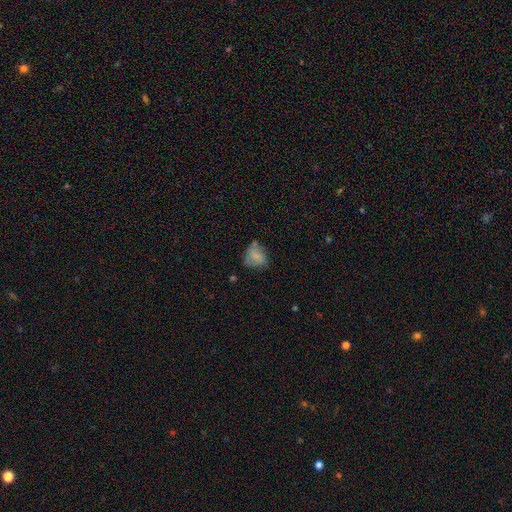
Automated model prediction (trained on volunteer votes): Smooth or featured?
  - smooth: 69% *
  - featured or disk: 21%
  - star or artifact: 10%
How rounded?
  - round: 50% *
  - in between: 49%
  - cigar-shaped: 1%
Merging?
  - none: 44% *
  - minor disturbance: 32%
  - major disturbance: 16%
  - merger: 8%